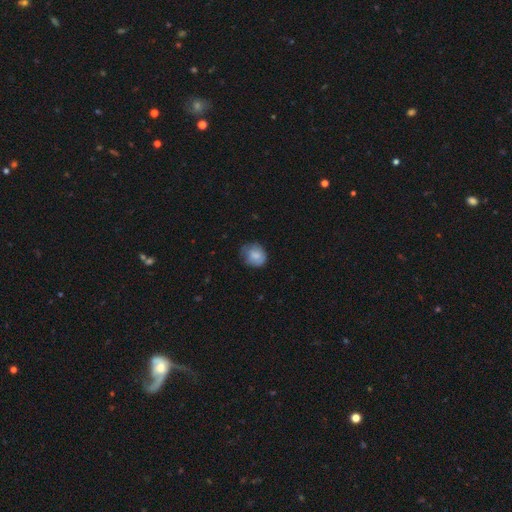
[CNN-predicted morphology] Smooth or featured? Predicted: smooth (p=0.82). How rounded? Predicted: round (p=0.73). Merging? Predicted: none (p=0.62).